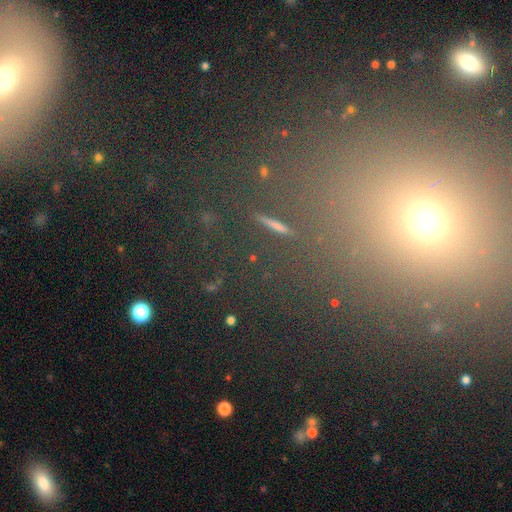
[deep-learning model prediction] smooth-or-featured: star or artifact: 48% | smooth: 39% | featured or disk: 12%